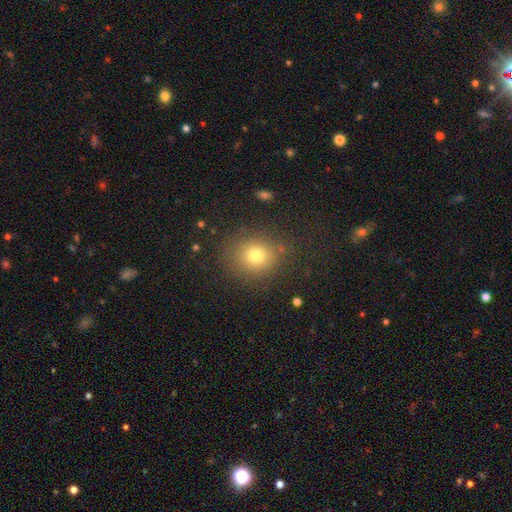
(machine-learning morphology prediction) smooth 74%, star or artifact 16%, featured or disk 10%. Down the decision tree: how rounded — round (77%); merging — none (82%).